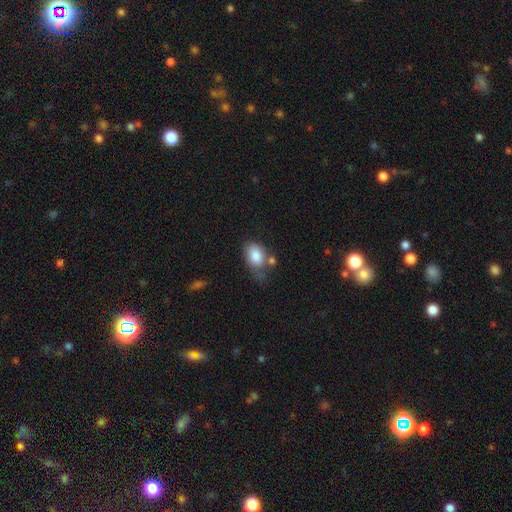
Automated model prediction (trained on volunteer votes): This appears to be a smooth galaxy with no disk features (83%) that is in between round and cigar-shaped (80%). Merging: none (40%).